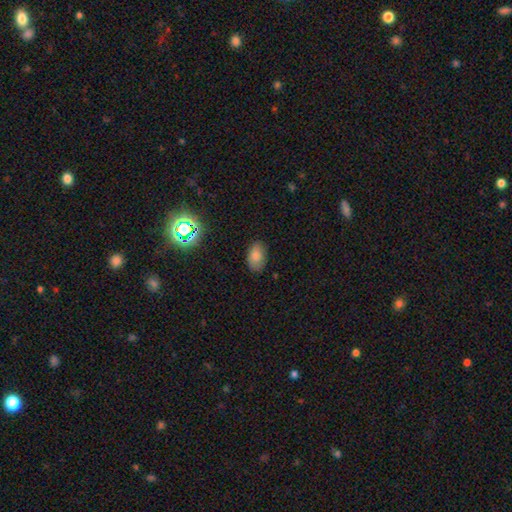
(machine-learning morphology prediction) smooth_or_featured: smooth (p=0.80) [alt: star or artifact p=0.12]
how_rounded: in between (p=0.89) [alt: round p=0.09]
merging: none (p=0.80) [alt: minor disturbance p=0.15]